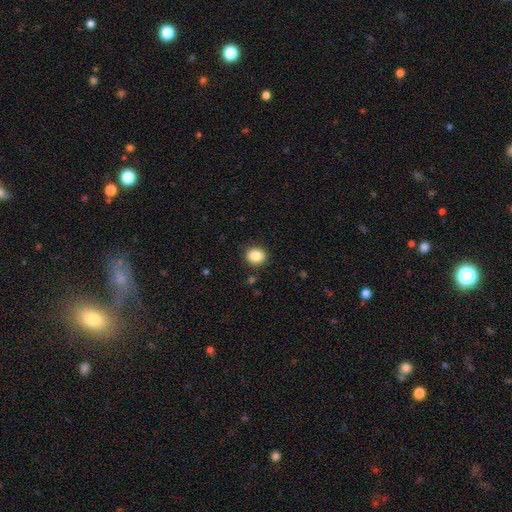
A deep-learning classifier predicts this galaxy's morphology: This is clearly a smooth galaxy (86%). How rounded: likely round (67%). Merging: clearly none (88%).